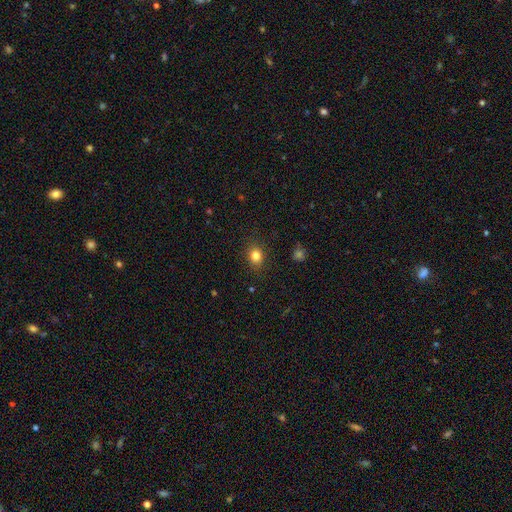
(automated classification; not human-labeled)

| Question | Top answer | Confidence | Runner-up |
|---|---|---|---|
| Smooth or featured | smooth | 82% | star or artifact (12%) |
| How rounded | round | 61% | in between (38%) |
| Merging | none | 87% | minor disturbance (9%) |